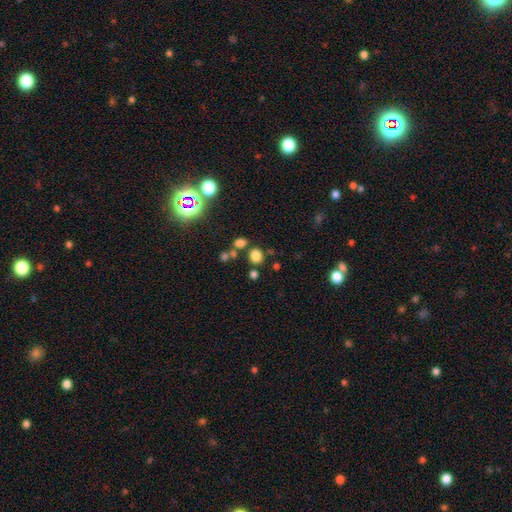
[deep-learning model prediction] Smooth or featured: smooth — 77% (star or artifact — 17%)
How rounded: round — 67% (in between — 32%)
Merging: none — 73% (merger — 13%)